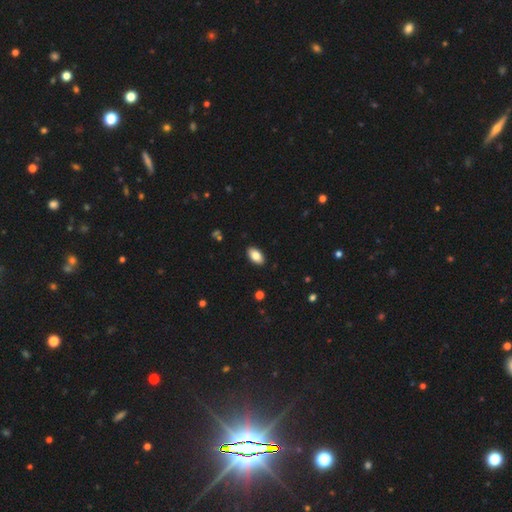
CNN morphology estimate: Smooth or featured? smooth (83%)
How rounded? in between (94%)
Merging? none (90%)